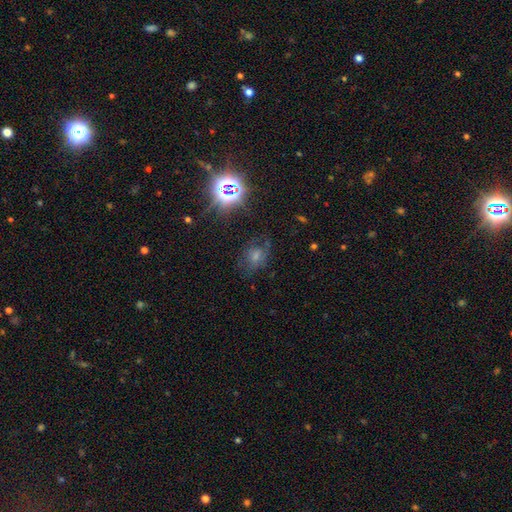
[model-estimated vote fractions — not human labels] Smooth or featured? Predicted: star or artifact (p=0.42).